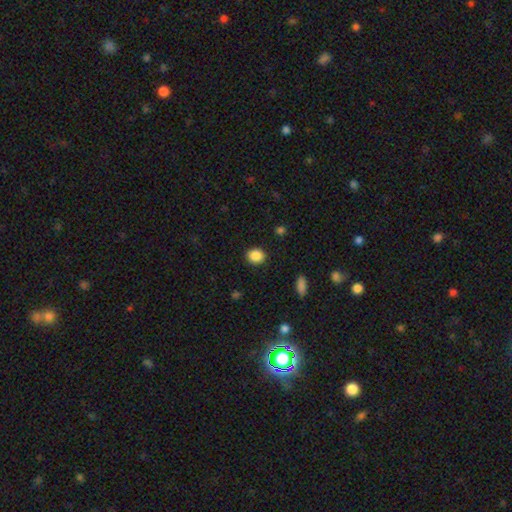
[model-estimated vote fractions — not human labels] smooth-or-featured: smooth: 88% | star or artifact: 9% | featured or disk: 3%
  how-rounded: round: 69% | in between: 30% | cigar-shaped: 1%
  merging: none: 90% | minor disturbance: 7% | major disturbance: 2% | merger: 1%